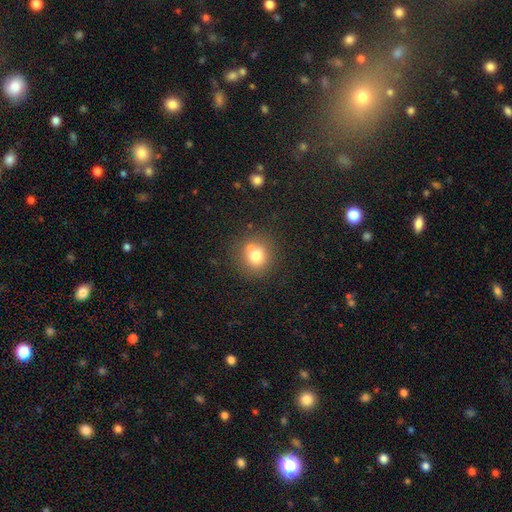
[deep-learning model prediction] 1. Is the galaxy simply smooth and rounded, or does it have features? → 75% smooth, 13% star or artifact, 12% featured or disk.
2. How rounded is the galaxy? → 88% round, 11% in between, 1% cigar-shaped.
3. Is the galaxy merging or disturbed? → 73% none, 12% merger, 12% minor disturbance, 4% major disturbance.